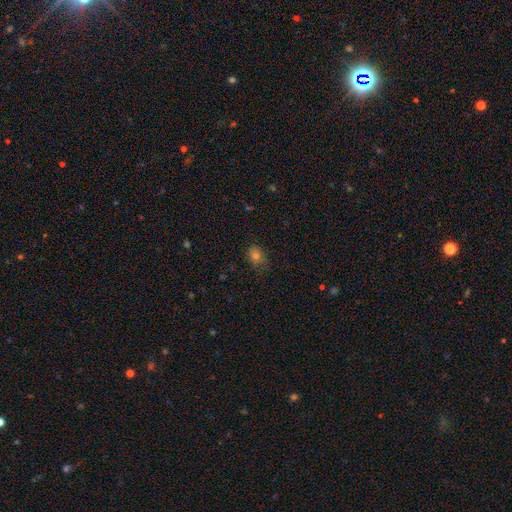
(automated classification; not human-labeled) smooth_or_featured: smooth (p=0.73) [alt: star or artifact p=0.17]
how_rounded: in between (p=0.52) [alt: round p=0.46]
merging: none (p=0.70) [alt: minor disturbance p=0.22]